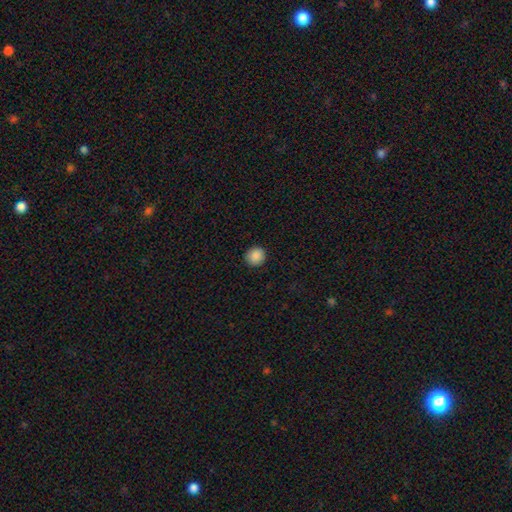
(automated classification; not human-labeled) A smooth galaxy with no disk features (89%) that is round (93%). Merging: none (92%).